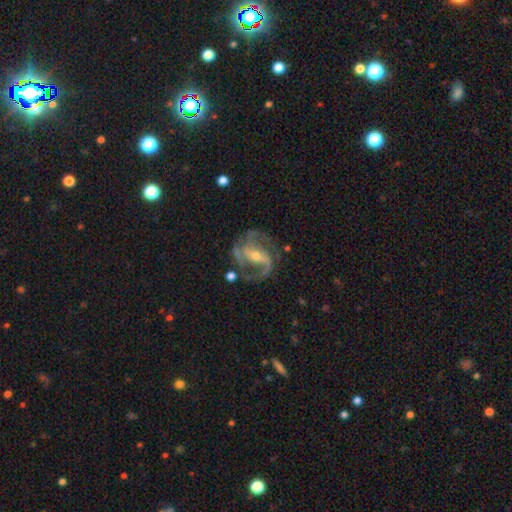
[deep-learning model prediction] This appears to be a featured or disk galaxy (90%) with a strong bar (44%), 2 (59%) medium (55%) spiral arms (97%) and a small central bulge (54%). Merging: none (67%).